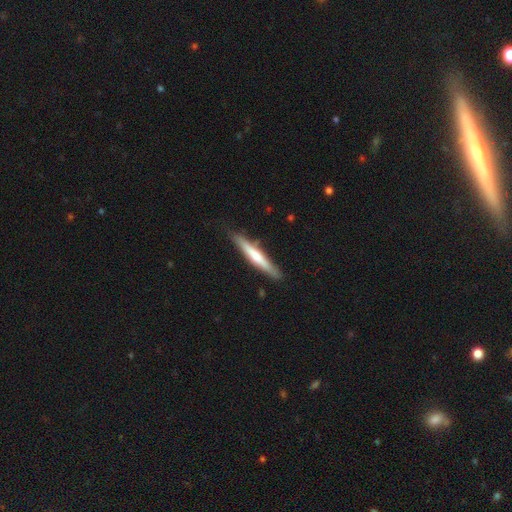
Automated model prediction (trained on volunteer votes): The model was most divided on "smooth or featured": smooth: 51%, featured or disk: 43%, star or artifact: 5%. More confident: how rounded — cigar-shaped (94%); merging — none (84%).